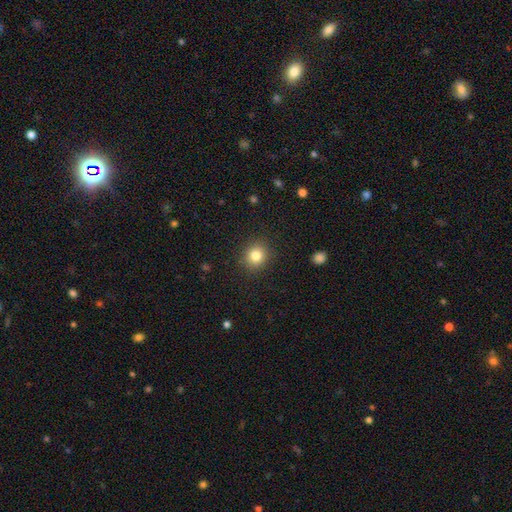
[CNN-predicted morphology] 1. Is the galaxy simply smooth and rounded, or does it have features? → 82% smooth, 11% star or artifact, 7% featured or disk.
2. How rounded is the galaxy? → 83% round, 16% in between, 1% cigar-shaped.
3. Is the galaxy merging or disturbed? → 89% none, 7% minor disturbance, 3% major disturbance, 1% merger.